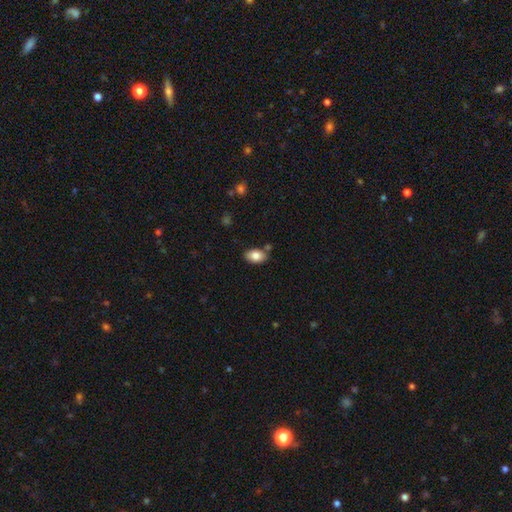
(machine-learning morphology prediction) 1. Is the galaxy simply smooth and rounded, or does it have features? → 83% smooth, 10% featured or disk, 8% star or artifact.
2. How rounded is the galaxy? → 90% in between, 9% round, 1% cigar-shaped.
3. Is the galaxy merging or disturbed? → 78% none, 13% minor disturbance, 6% merger, 3% major disturbance.